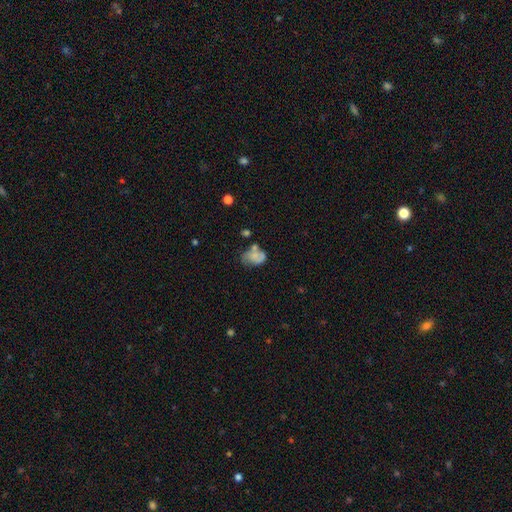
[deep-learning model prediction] smooth 60%, featured or disk 30%, star or artifact 10%. Down the decision tree: how rounded — in between (74%); merging — none (35%).